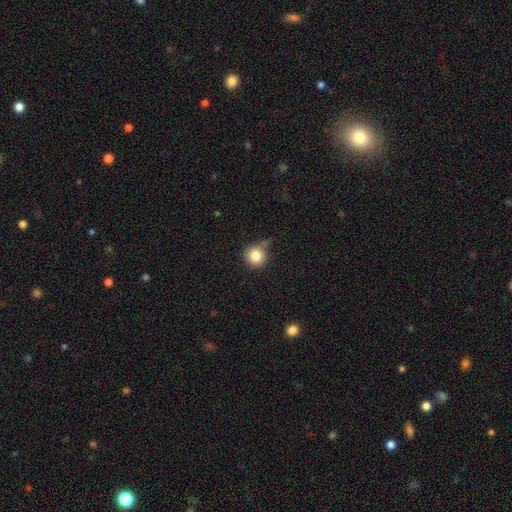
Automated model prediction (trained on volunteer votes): A smooth galaxy with no disk features (82%) that is round (94%). Merging: none (60%).